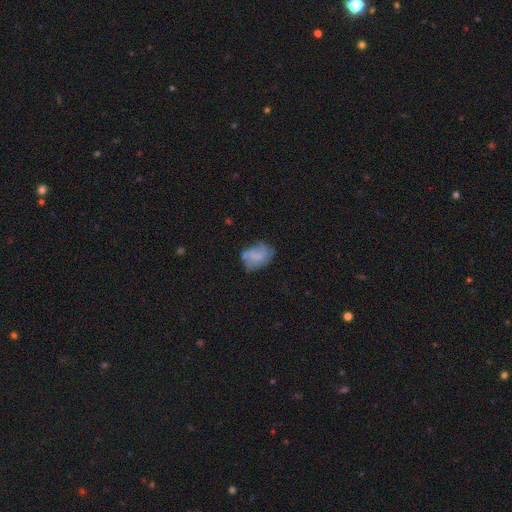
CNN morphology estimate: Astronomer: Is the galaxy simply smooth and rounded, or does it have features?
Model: smooth — 53% (runner-up: featured or disk, 37%).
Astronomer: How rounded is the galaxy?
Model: in between — 81%.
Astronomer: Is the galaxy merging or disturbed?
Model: none — 46% (runner-up: minor disturbance, 30%).